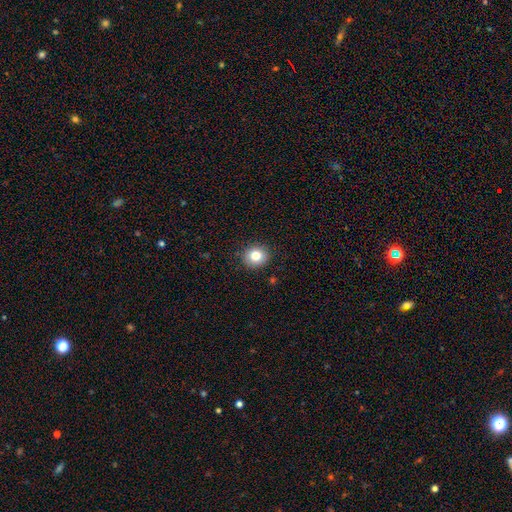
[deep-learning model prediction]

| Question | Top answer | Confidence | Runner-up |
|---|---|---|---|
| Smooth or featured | smooth | 81% | star or artifact (10%) |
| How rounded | round | 80% | in between (19%) |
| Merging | none | 89% | minor disturbance (7%) |